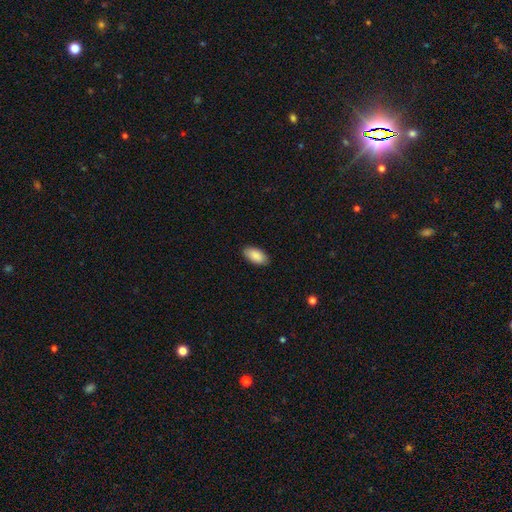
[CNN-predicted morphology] Smooth or featured: smooth — 88% (star or artifact — 6%)
How rounded: in between — 94% (cigar-shaped — 3%)
Merging: none — 88% (minor disturbance — 9%)